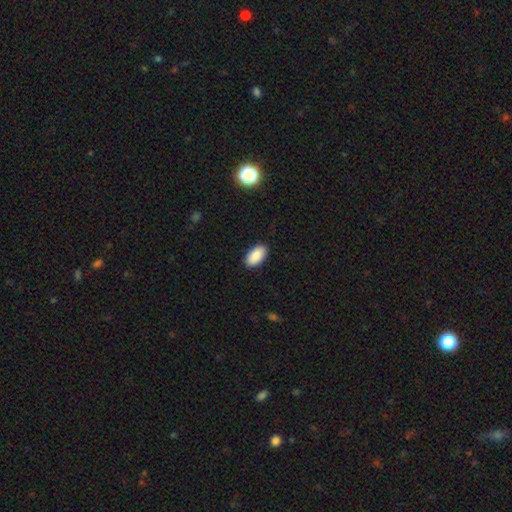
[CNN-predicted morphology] Smooth or featured? smooth (90%)
How rounded? in between (95%)
Merging? none (89%)